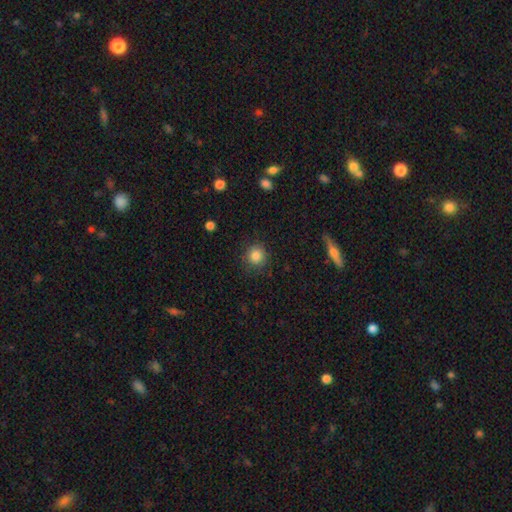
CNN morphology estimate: Smooth or featured?
  - smooth: 84% *
  - star or artifact: 10%
  - featured or disk: 5%
How rounded?
  - round: 90% *
  - in between: 9%
  - cigar-shaped: 1%
Merging?
  - none: 85% *
  - minor disturbance: 11%
  - major disturbance: 3%
  - merger: 1%